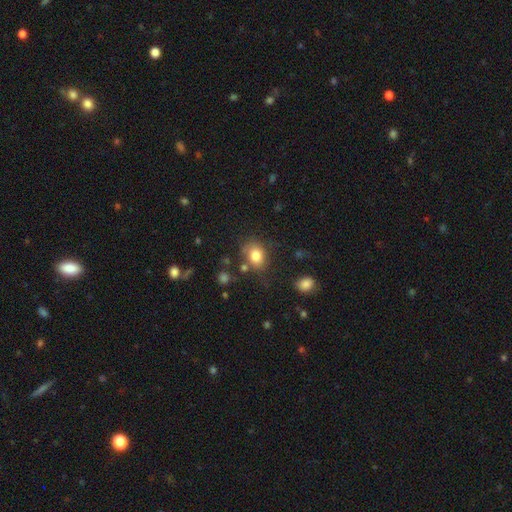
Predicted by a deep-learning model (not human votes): This is clearly a smooth galaxy (81%). How rounded: possibly in between (51%). Merging: likely none (70%).